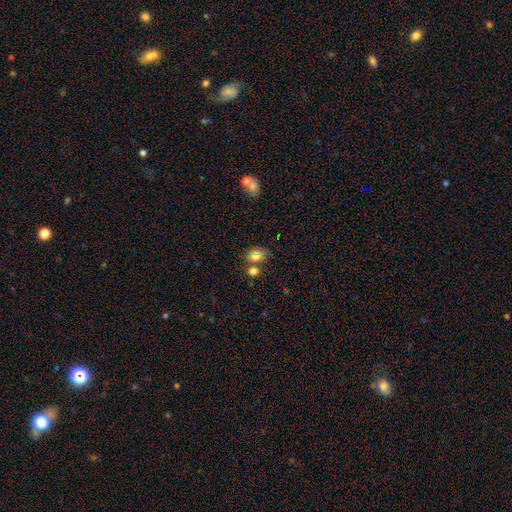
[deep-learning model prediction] Overall: smooth (68%). How rounded: in between (67%; round 31%). Merging: none (63%).